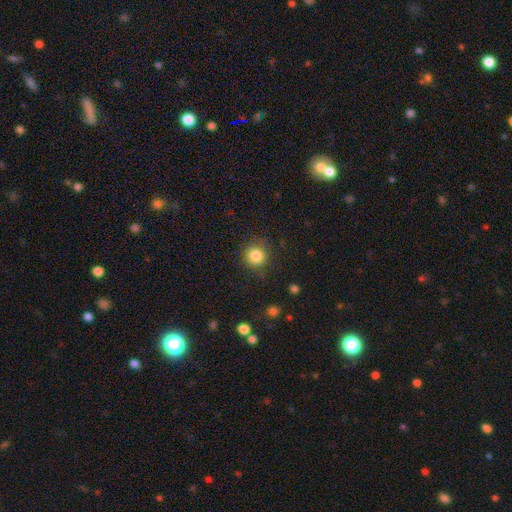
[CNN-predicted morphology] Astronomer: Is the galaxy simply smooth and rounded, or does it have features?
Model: smooth — 84%.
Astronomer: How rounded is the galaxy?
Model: round — 93%.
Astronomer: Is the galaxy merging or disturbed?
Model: none — 87%.